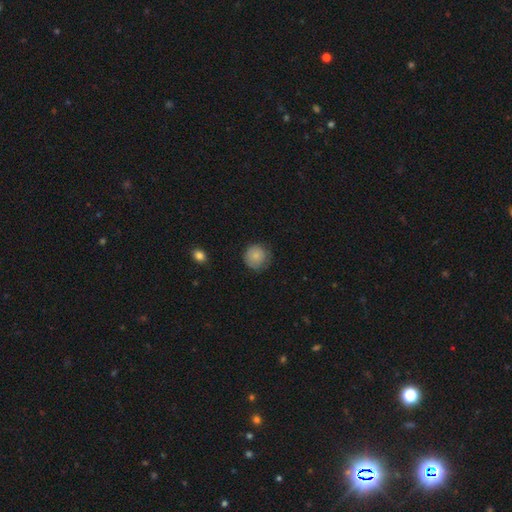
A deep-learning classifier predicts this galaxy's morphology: smooth 84%, featured or disk 8%, star or artifact 8%. Down the decision tree: how rounded — round (93%); merging — none (77%).